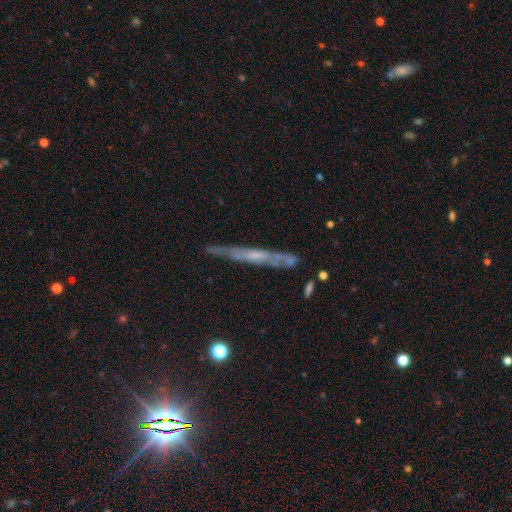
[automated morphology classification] smooth-or-featured: featured or disk: 65% | smooth: 25% | star or artifact: 10%
  disk-edge-on: yes: 86% | no: 14%
    edge-on-bulge: none: 62% | rounded: 28% | boxy: 9%
  merging: none: 77% | minor disturbance: 16% | major disturbance: 4% | merger: 4%